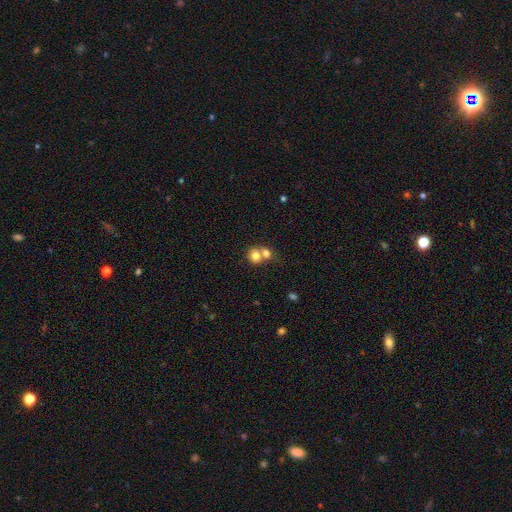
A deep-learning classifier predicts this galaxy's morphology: A smooth galaxy with no disk features (76%) that is round (78%).

Vote fractions:
- Smooth or featured? smooth: 76% / featured or disk: 14% / star or artifact: 11%
- How rounded? round: 78% / in between: 22% / cigar-shaped: 1%
- Merging? merger: 59% / none: 32% / minor disturbance: 6% / major disturbance: 3%